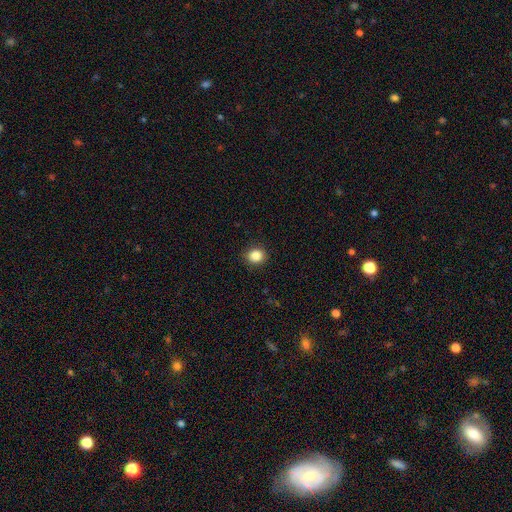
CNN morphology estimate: smooth-or-featured: smooth: 85% | star or artifact: 10% | featured or disk: 4%
  how-rounded: round: 81% | in between: 18% | cigar-shaped: 1%
  merging: none: 91% | minor disturbance: 6% | major disturbance: 2% | merger: 1%